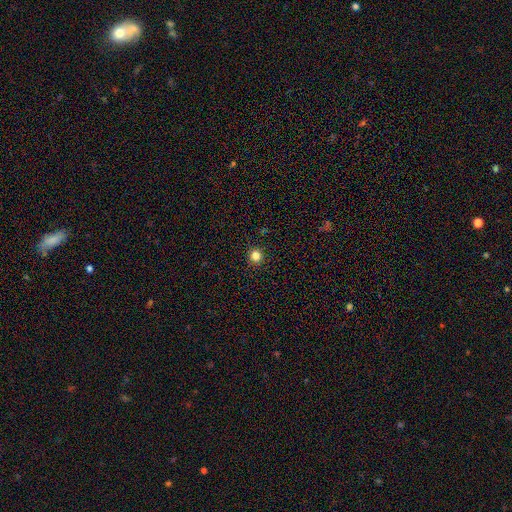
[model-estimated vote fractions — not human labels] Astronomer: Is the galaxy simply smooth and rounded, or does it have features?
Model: smooth — 82%.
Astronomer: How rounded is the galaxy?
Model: round — 93%.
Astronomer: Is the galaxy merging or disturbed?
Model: none — 93%.